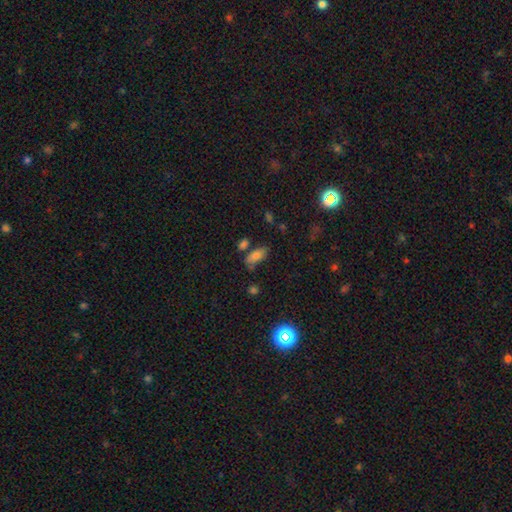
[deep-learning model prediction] Smooth or featured? smooth (79%)
How rounded? in between (87%)
Merging? none (64%)